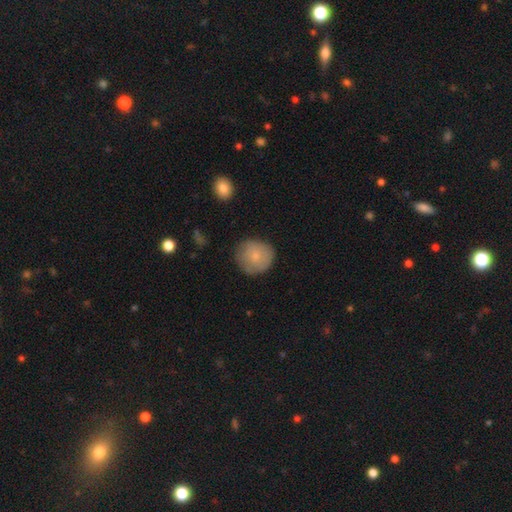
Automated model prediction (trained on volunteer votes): A smooth galaxy with no disk features (76%) that is round (91%).

Vote fractions:
- Smooth or featured? smooth: 76% / featured or disk: 17% / star or artifact: 7%
- How rounded? round: 91% / in between: 8% / cigar-shaped: 1%
- Merging? none: 79% / minor disturbance: 16% / major disturbance: 4% / merger: 1%